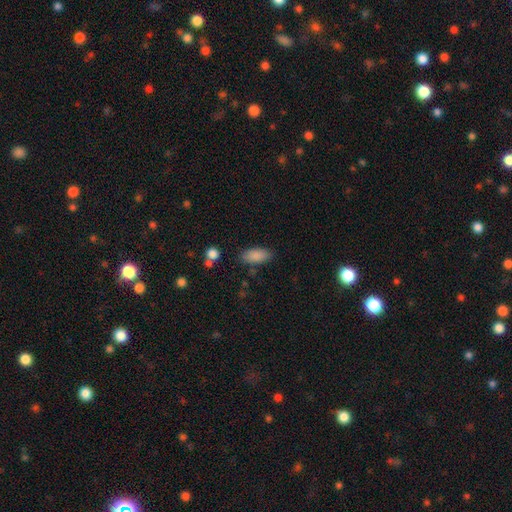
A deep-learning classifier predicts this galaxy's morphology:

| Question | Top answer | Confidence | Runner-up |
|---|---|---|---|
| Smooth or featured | smooth | 88% | star or artifact (7%) |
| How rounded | in between | 86% | cigar-shaped (11%) |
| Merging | none | 79% | minor disturbance (13%) |